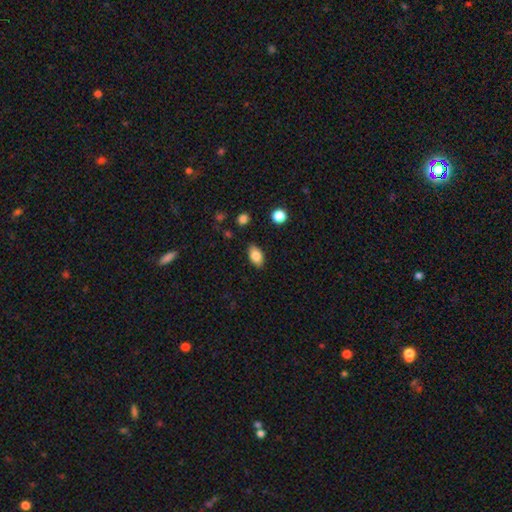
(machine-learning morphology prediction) smooth 83%, featured or disk 10%, star or artifact 8%. Down the decision tree: how rounded — in between (90%); merging — none (86%).